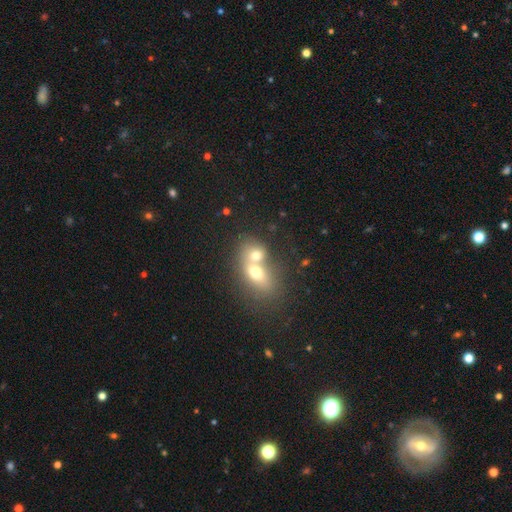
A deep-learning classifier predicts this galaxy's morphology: Overall: smooth (64%; featured or disk 26%). How rounded: in between (59%; round 39%). Merging: merger (76%).